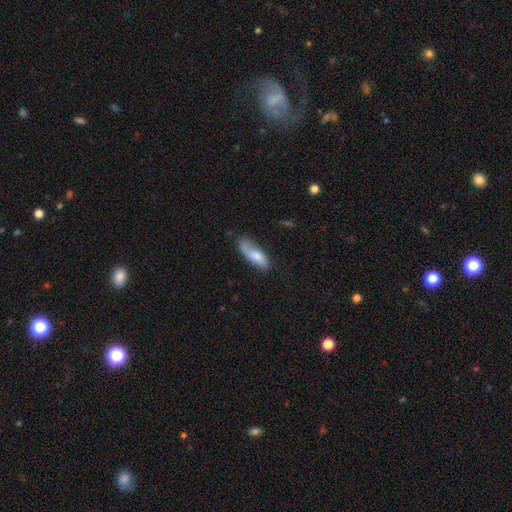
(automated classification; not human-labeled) The model was most divided on "merging": none: 56%, minor disturbance: 29%, major disturbance: 11%, merger: 4%. More confident: how rounded — in between (68%); smooth or featured — smooth (67%).